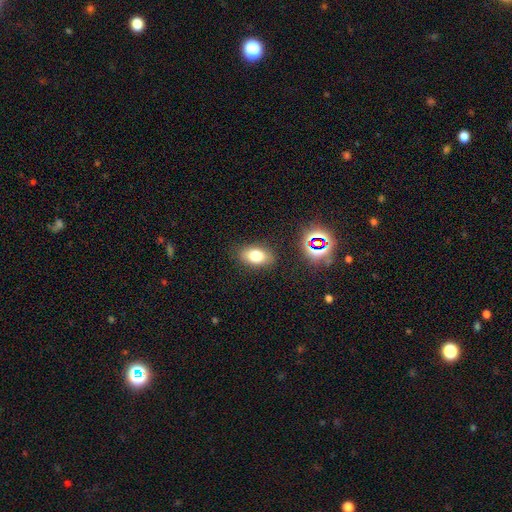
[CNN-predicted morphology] Smooth or featured? Predicted: smooth (p=0.74). How rounded? Predicted: in between (p=0.87). Merging? Predicted: none (p=0.85).